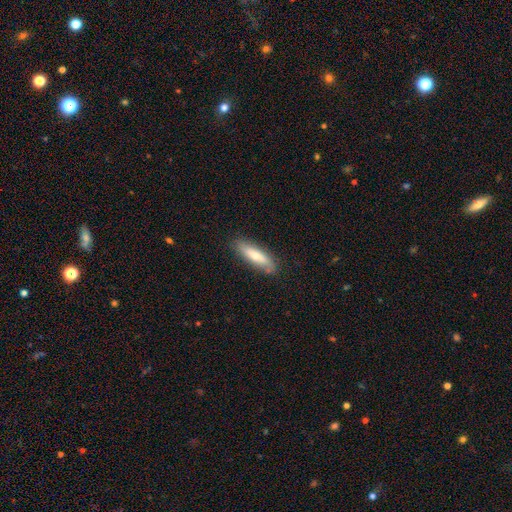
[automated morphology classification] type=smooth (71%); roundness=cigar-shaped (66%); merging=none (83%).